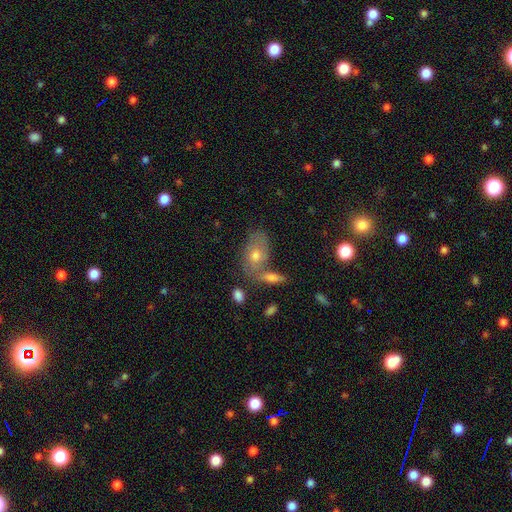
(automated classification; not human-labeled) Q: Smooth or featured?
A: smooth (48%); runner-up: featured or disk (40%)
Q: Merging?
A: none (49%); runner-up: merger (26%)